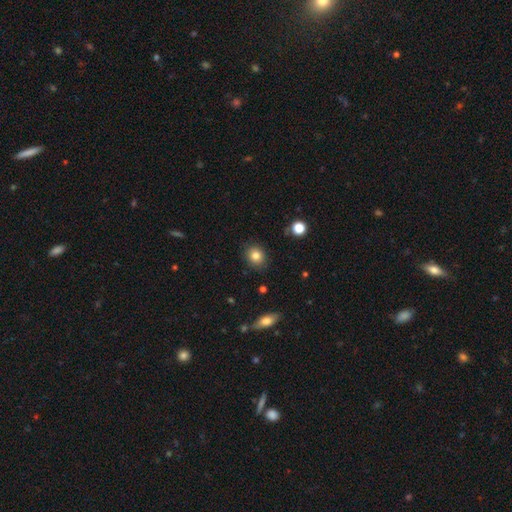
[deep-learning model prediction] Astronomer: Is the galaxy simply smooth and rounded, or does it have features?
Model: smooth — 82%.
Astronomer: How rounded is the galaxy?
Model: round — 73%.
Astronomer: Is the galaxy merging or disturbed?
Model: none — 88%.